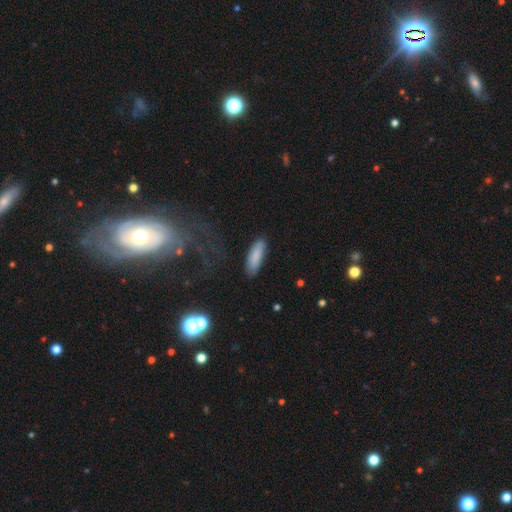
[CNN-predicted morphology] Smooth or featured?
  - smooth: 86% *
  - featured or disk: 8%
  - star or artifact: 7%
How rounded?
  - cigar-shaped: 51% *
  - in between: 47%
  - round: 1%
Merging?
  - none: 83% *
  - minor disturbance: 12%
  - major disturbance: 3%
  - merger: 1%